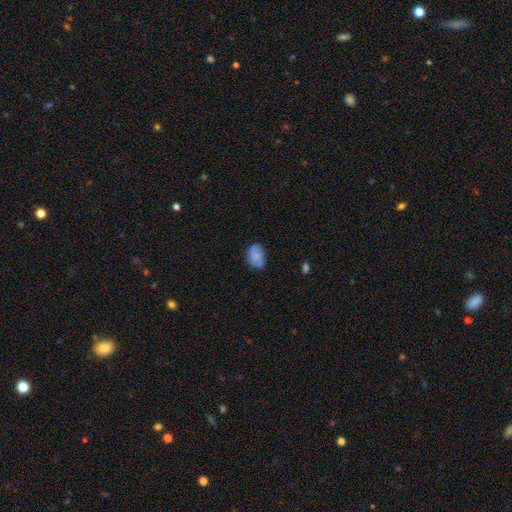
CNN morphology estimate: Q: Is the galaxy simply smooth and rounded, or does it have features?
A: smooth — 75%.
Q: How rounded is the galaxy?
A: in between — 78%.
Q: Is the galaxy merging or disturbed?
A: none — 57%.